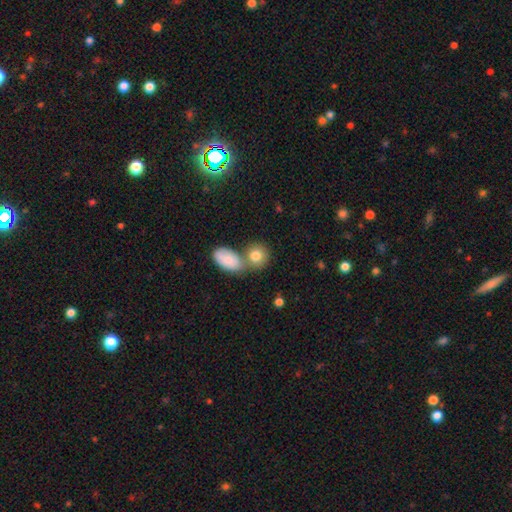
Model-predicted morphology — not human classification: This appears to be a smooth galaxy with no disk features (82%) that is round (68%). Merging: merger (45%).